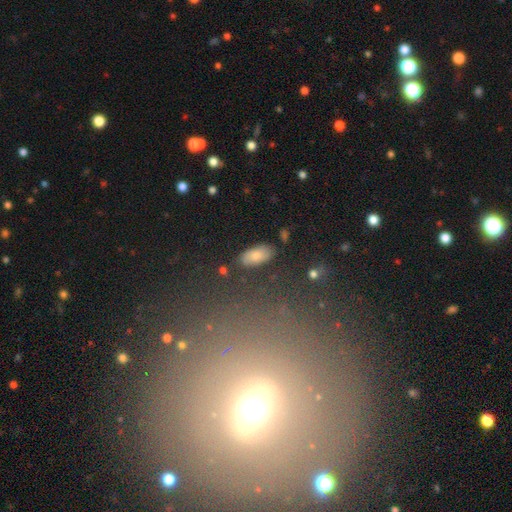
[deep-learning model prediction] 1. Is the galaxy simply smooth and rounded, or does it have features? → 81% smooth, 11% featured or disk, 8% star or artifact.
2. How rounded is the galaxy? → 90% in between, 7% cigar-shaped, 3% round.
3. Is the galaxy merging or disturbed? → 80% none, 13% minor disturbance, 4% major disturbance, 3% merger.